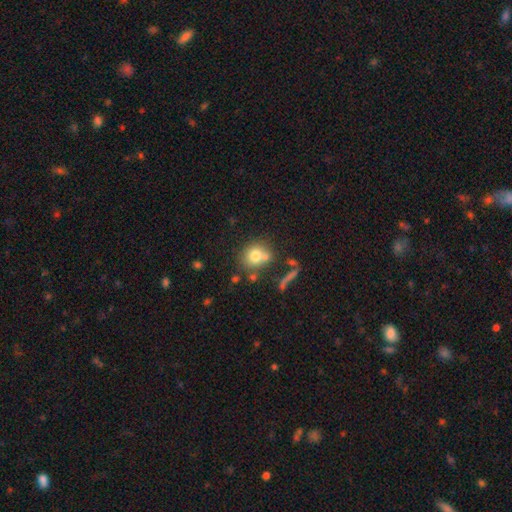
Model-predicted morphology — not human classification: The model was most divided on "merging": none: 61%, merger: 21%, minor disturbance: 13%, major disturbance: 6%. More confident: how rounded — round (76%); smooth or featured — smooth (75%).